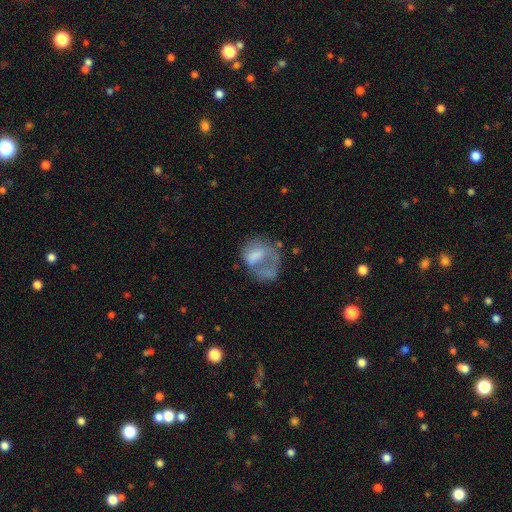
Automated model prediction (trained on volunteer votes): Overall: smooth (51%; featured or disk 39%). How rounded: in between (53%; round 45%). Merging: major disturbance (46%; none 26%).